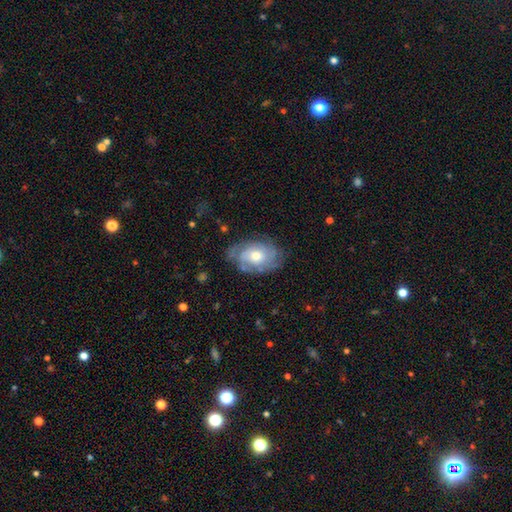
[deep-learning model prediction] The model was most divided on "spiral arm count": can't tell: 47%, 2: 18%, 3: 17%, 4: 9%, 1: 5%, more than 4: 5%. More confident: edge-on disk — no (95%); spiral arms — yes (86%); bar — no (80%); smooth or featured — featured or disk (71%); merging — none (69%); bulge size — moderate (63%); spiral winding — tight (61%).